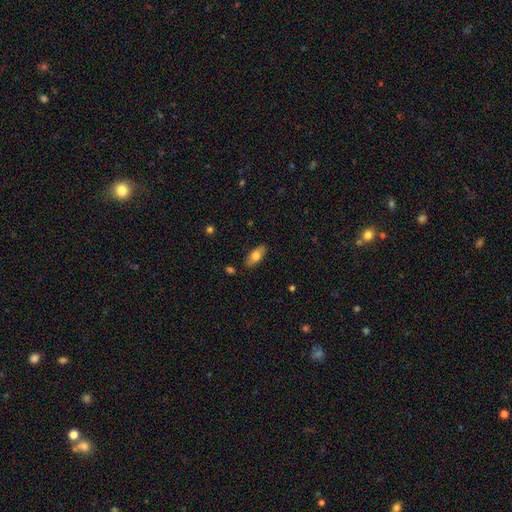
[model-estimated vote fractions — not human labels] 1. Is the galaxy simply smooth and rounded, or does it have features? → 74% smooth, 19% featured or disk, 7% star or artifact.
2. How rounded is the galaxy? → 86% in between, 11% cigar-shaped, 3% round.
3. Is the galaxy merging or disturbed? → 85% none, 11% minor disturbance, 2% major disturbance, 2% merger.